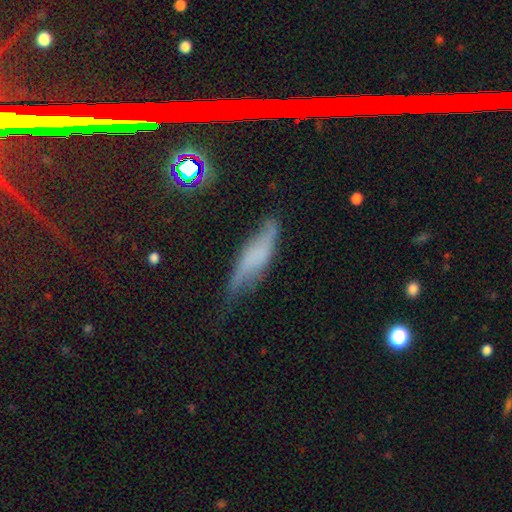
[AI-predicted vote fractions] Overall: smooth (48%; featured or disk 41%). Merging: none (50%; minor disturbance 35%).